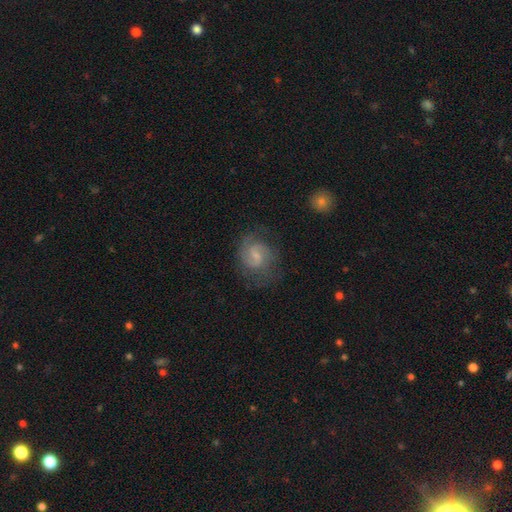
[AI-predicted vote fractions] Smooth or featured? featured or disk (70%)
Edge-on disk? no (98%)
Bar? weak (61%)
Spiral arms? yes (92%)
Spiral winding? medium (50%)
Spiral arm count? 2 (77%)
Bulge size? small (54%)
Merging? none (65%)